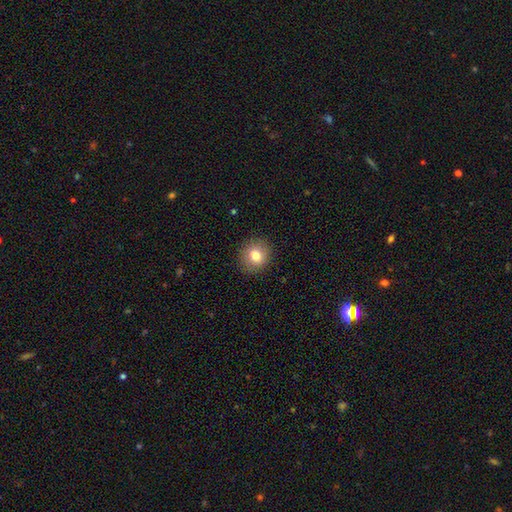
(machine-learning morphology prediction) This appears to be a smooth galaxy with no disk features (80%) that is round (81%). Merging: none (89%).